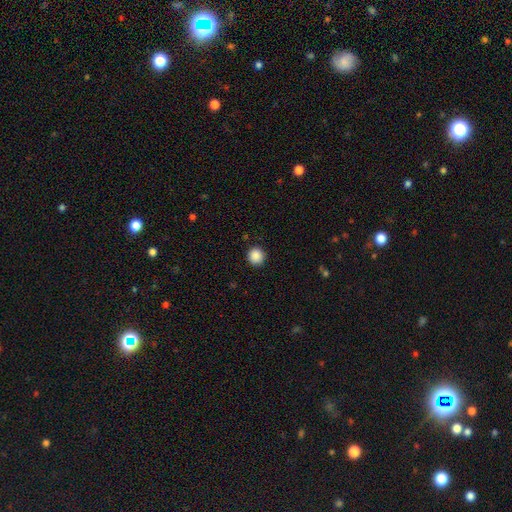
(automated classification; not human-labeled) A smooth galaxy with no disk features (88%) that is round (93%).

Vote fractions:
- Smooth or featured? smooth: 88% / star or artifact: 9% / featured or disk: 2%
- How rounded? round: 93% / in between: 6% / cigar-shaped: 1%
- Merging? none: 92% / minor disturbance: 6% / major disturbance: 2% / merger: 1%